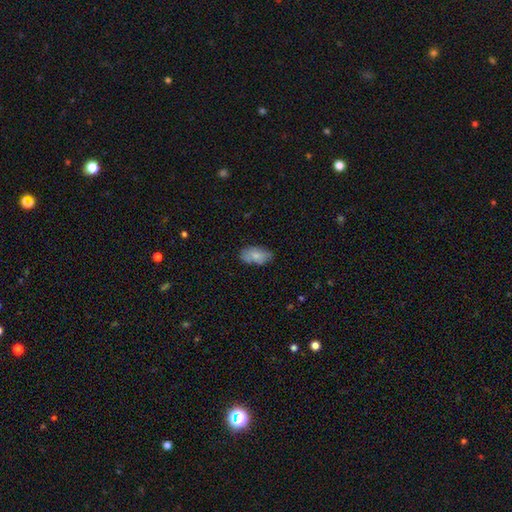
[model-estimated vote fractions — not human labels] smooth_or_featured: smooth (p=0.78) [alt: featured or disk p=0.15]
how_rounded: in between (p=0.94) [alt: round p=0.03]
merging: none (p=0.71) [alt: minor disturbance p=0.22]